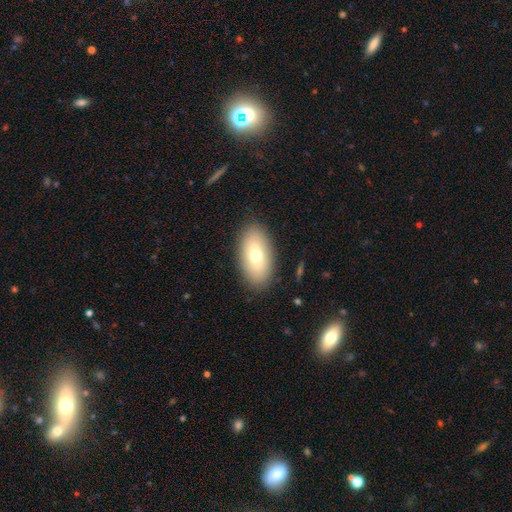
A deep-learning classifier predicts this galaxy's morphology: Smooth or featured: smooth — 70% (featured or disk — 22%)
How rounded: in between — 92% (round — 4%)
Merging: none — 87% (minor disturbance — 9%)